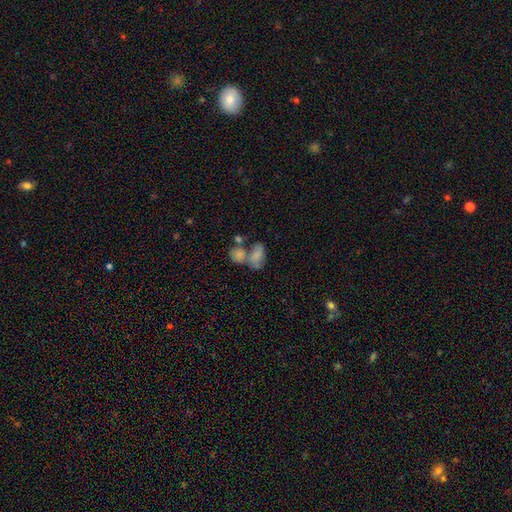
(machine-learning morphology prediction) This appears to be a smooth galaxy with no disk features (67%) that is in between round and cigar-shaped (82%). Merging: merger (53%).